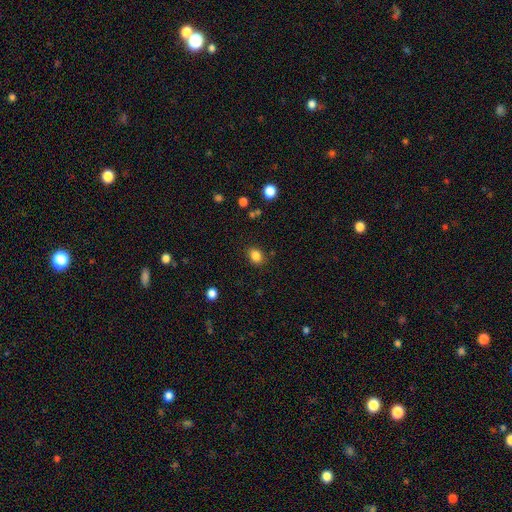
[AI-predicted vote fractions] Q: Smooth or featured?
A: smooth (84%); runner-up: star or artifact (11%)
Q: How rounded?
A: in between (50%); runner-up: round (49%)
Q: Merging?
A: none (86%); runner-up: minor disturbance (9%)